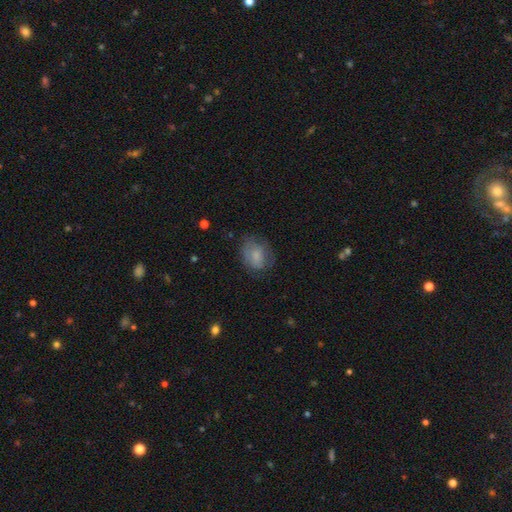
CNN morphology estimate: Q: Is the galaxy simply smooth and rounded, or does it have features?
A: smooth — 69%.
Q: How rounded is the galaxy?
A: in between — 57%.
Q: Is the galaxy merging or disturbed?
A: none — 62%.